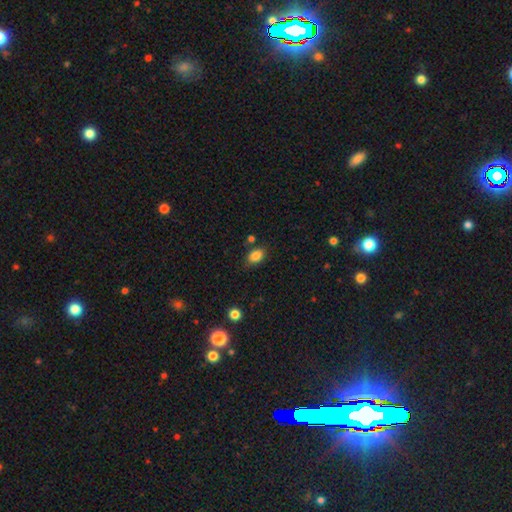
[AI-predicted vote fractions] smooth-or-featured: smooth: 84% | star or artifact: 10% | featured or disk: 6%
  how-rounded: in between: 78% | round: 20% | cigar-shaped: 1%
  merging: none: 77% | minor disturbance: 15% | merger: 4% | major disturbance: 3%